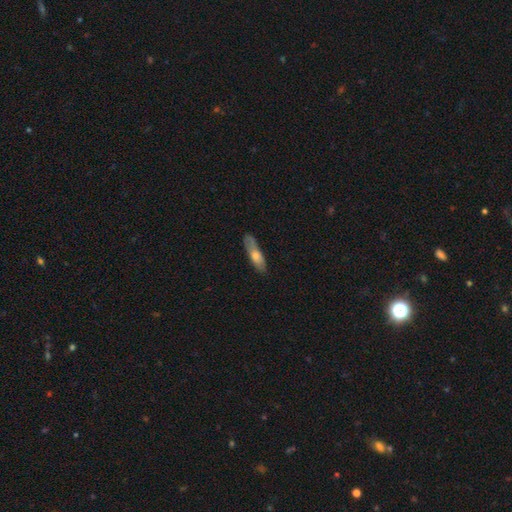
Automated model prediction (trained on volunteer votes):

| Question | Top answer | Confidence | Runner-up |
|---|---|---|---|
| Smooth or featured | smooth | 65% | featured or disk (29%) |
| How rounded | cigar-shaped | 58% | in between (40%) |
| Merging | none | 75% | minor disturbance (19%) |